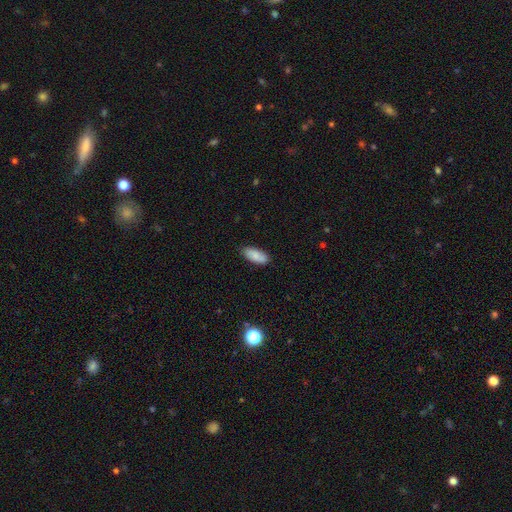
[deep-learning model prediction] smooth 84%, featured or disk 9%, star or artifact 7%. Down the decision tree: how rounded — in between (85%); merging — none (83%).